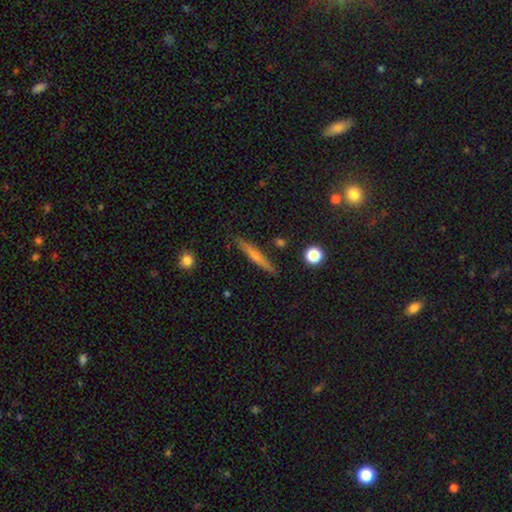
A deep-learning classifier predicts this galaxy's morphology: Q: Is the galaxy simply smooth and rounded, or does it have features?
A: smooth — 57%.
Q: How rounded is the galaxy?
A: cigar-shaped — 92%.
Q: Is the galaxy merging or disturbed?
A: none — 88%.